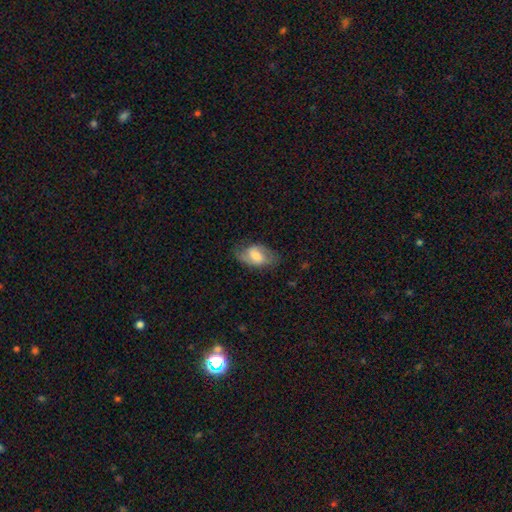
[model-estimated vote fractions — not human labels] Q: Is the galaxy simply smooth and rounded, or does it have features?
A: smooth — 52%.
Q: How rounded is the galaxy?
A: in between — 88%.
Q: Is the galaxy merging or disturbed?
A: none — 64%.